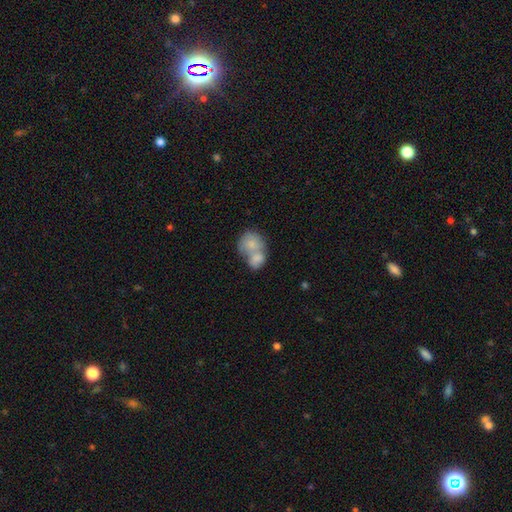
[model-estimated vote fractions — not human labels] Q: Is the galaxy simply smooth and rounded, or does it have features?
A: smooth — 76%.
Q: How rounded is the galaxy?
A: round — 51%.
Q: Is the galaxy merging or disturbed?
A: merger — 72%.